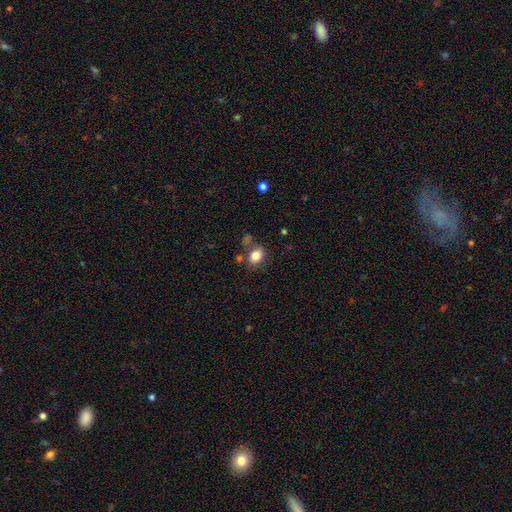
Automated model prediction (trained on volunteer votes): Smooth or featured: smooth — 83% (star or artifact — 10%)
How rounded: in between — 65% (round — 33%)
Merging: none — 69% (minor disturbance — 15%)